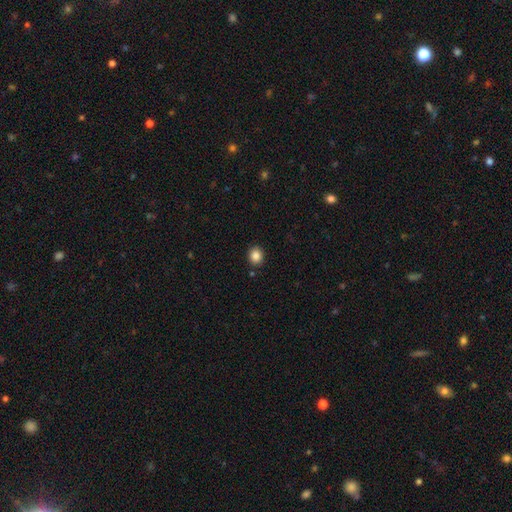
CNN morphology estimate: Smooth or featured: smooth — 86% (star or artifact — 10%)
How rounded: round — 69% (in between — 30%)
Merging: none — 89% (minor disturbance — 7%)